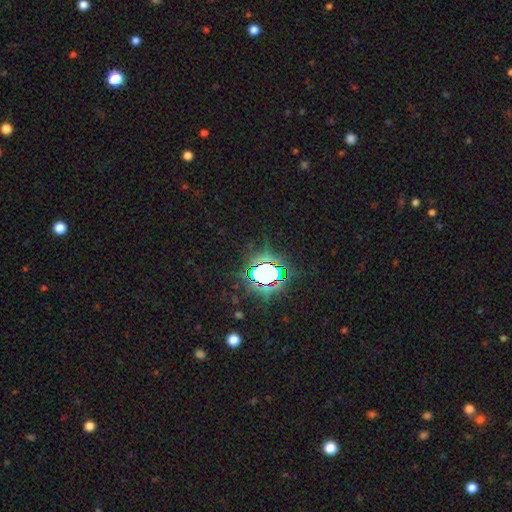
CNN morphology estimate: type=star or artifact (81%).